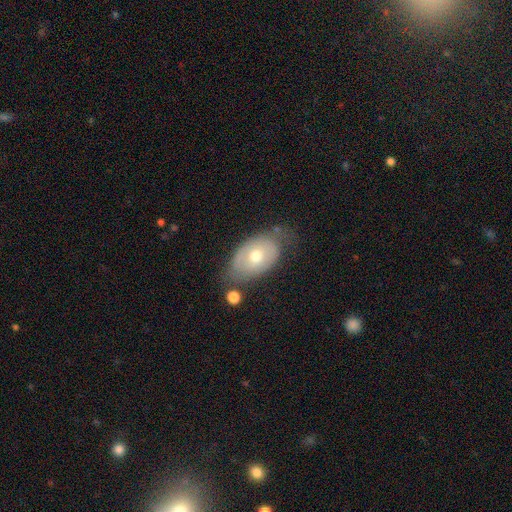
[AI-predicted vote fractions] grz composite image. It shows a smooth galaxy with no disk features (52%) that is in between round and cigar-shaped (87%). Merging: none (56%).